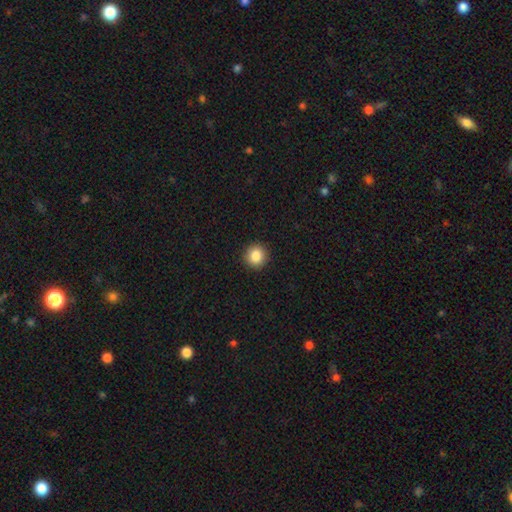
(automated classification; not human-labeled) Smooth or featured?
  - smooth: 86% *
  - star or artifact: 9%
  - featured or disk: 4%
How rounded?
  - round: 93% *
  - in between: 6%
  - cigar-shaped: 1%
Merging?
  - none: 93% *
  - minor disturbance: 5%
  - major disturbance: 2%
  - merger: 1%